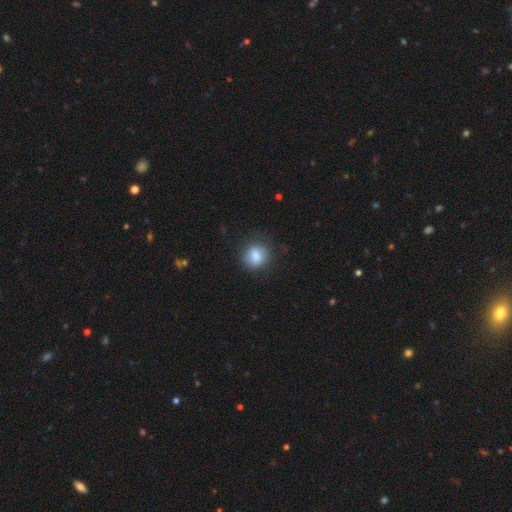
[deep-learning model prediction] Smooth or featured? Predicted: smooth (p=0.81). How rounded? Predicted: round (p=0.83). Merging? Predicted: none (p=0.82).